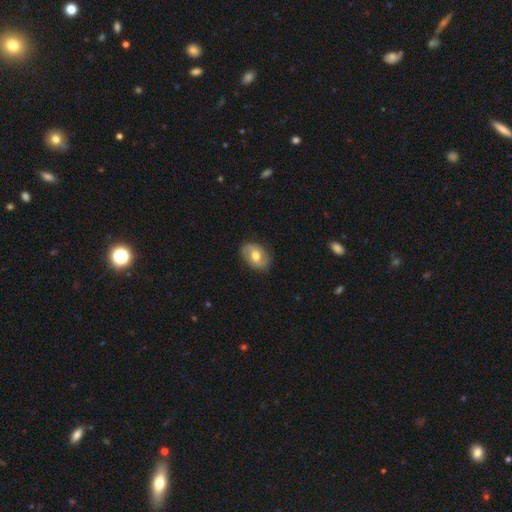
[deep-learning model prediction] This appears to be a featured or disk galaxy (52%). Merging: none (83%).